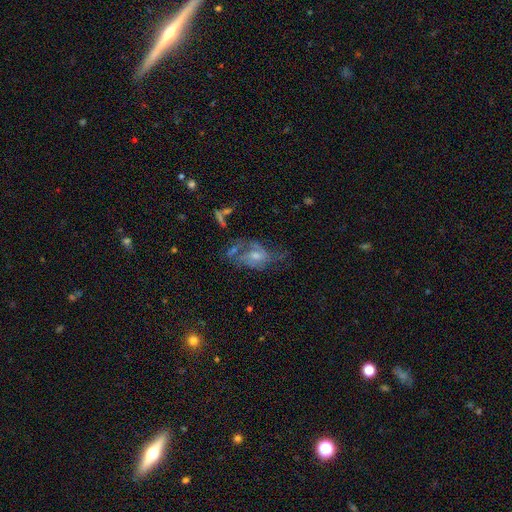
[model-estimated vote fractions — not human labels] The model was most divided on "bulge size": moderate: 44%, small: 42%, none: 8%, large: 5%, dominant: 2%. Remaining: edge-on disk — no (94%); spiral arms — yes (72%); smooth or featured — featured or disk (66%); bar — no (58%); merging — none (42%).